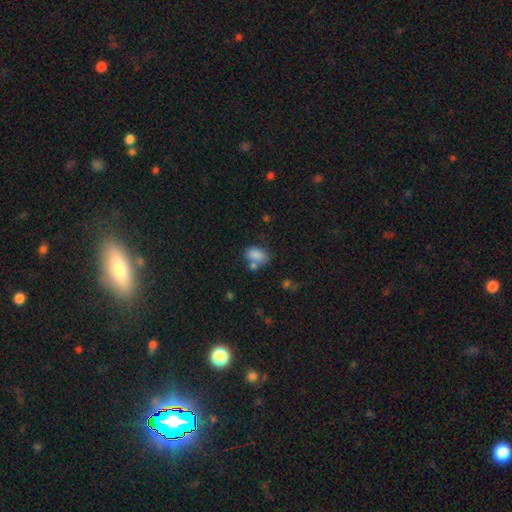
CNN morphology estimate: smooth-or-featured: smooth: 84% | star or artifact: 9% | featured or disk: 7%
  how-rounded: in between: 83% | round: 16% | cigar-shaped: 1%
  merging: none: 53% | merger: 23% | minor disturbance: 18% | major disturbance: 6%